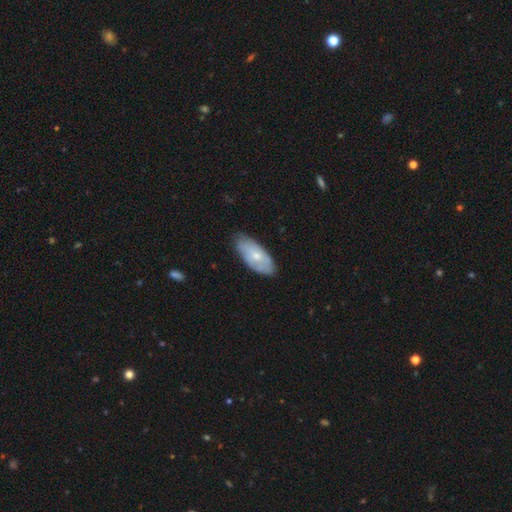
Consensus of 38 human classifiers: Overall: smooth (55%; featured or disk 42%). How rounded: in between (90%). Merging: none (70%).